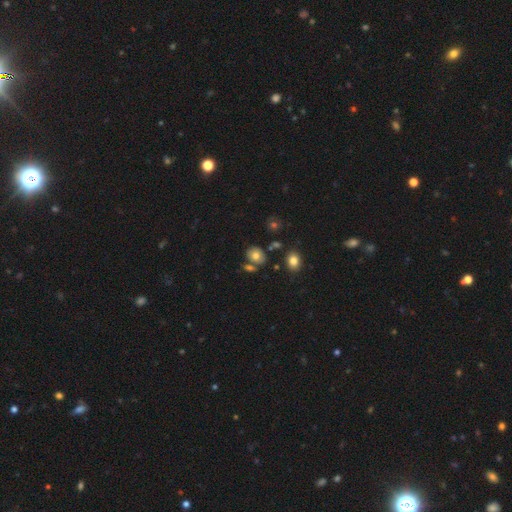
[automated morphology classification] smooth_or_featured: smooth (p=0.72) [alt: featured or disk p=0.15]
how_rounded: in between (p=0.50) [alt: round p=0.49]
merging: none (p=0.66) [alt: merger p=0.16]